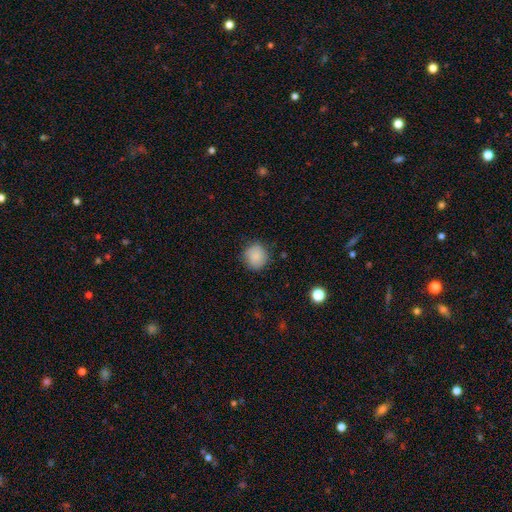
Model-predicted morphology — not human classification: Smooth or featured? Predicted: smooth (p=0.86). How rounded? Predicted: round (p=0.88). Merging? Predicted: none (p=0.82).